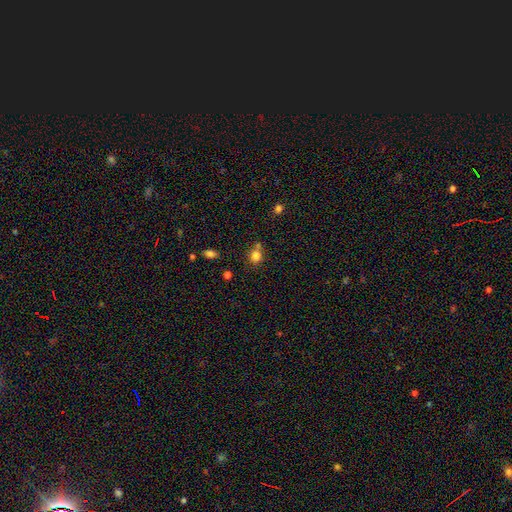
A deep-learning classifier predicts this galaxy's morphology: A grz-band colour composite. It shows a smooth galaxy with no disk features (79%) that is round (74%). Merging: none (59%).